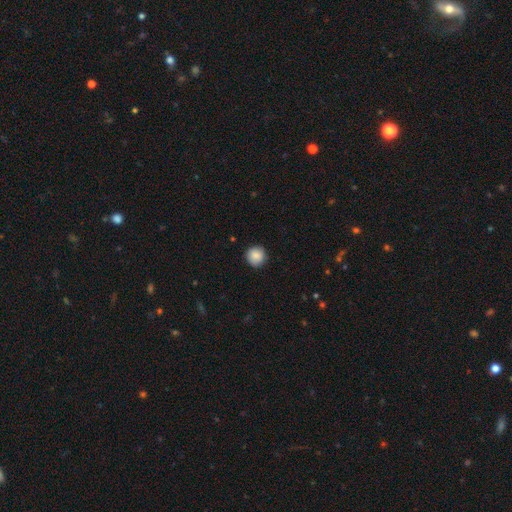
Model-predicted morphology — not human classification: This appears to be a smooth galaxy with no disk features (87%) that is round (94%). Merging: none (89%).